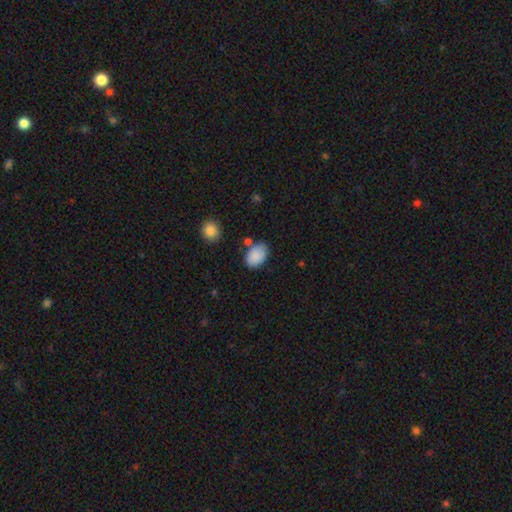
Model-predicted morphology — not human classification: Smooth or featured?
  - smooth: 87% *
  - star or artifact: 7%
  - featured or disk: 6%
How rounded?
  - in between: 86% *
  - round: 13%
  - cigar-shaped: 1%
Merging?
  - none: 69% *
  - minor disturbance: 19%
  - merger: 7%
  - major disturbance: 4%